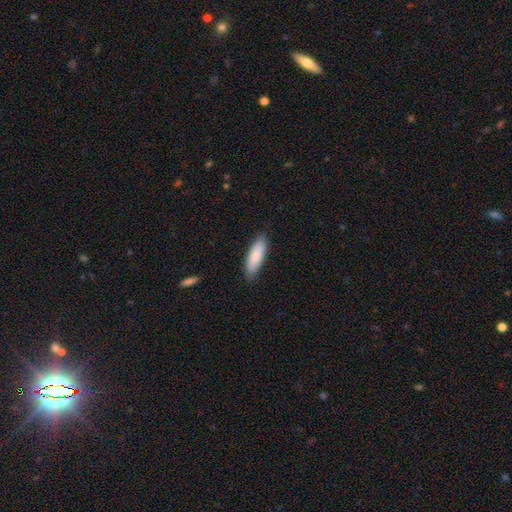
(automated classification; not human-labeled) smooth 84%, featured or disk 11%, star or artifact 5%. Down the decision tree: how rounded — in between (52%); merging — none (84%).